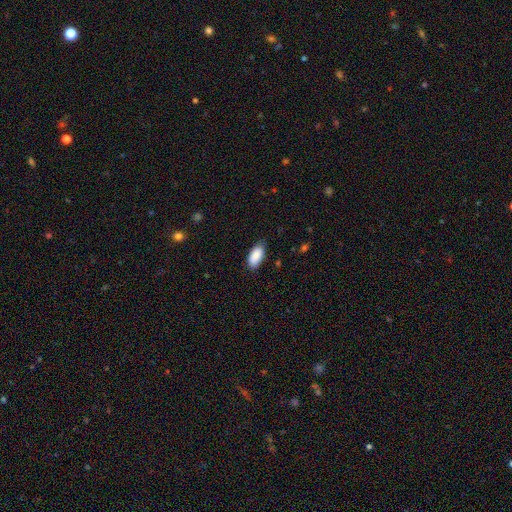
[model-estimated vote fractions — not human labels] Smooth or featured: smooth — 89% (star or artifact — 6%)
How rounded: in between — 92% (cigar-shaped — 6%)
Merging: none — 79% (minor disturbance — 18%)